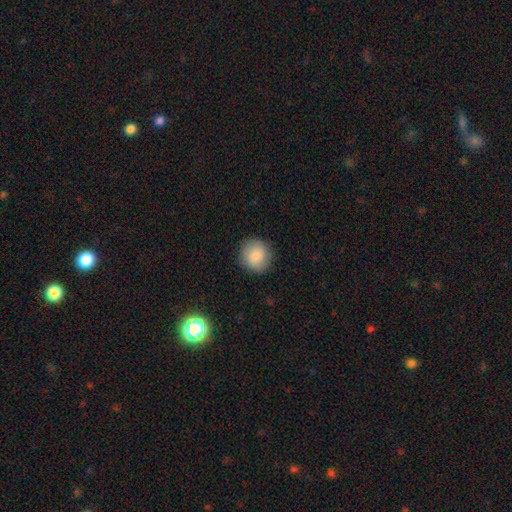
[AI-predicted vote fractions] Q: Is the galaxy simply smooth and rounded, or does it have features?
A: smooth — 86%.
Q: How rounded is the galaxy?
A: round — 90%.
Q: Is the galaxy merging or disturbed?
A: none — 88%.